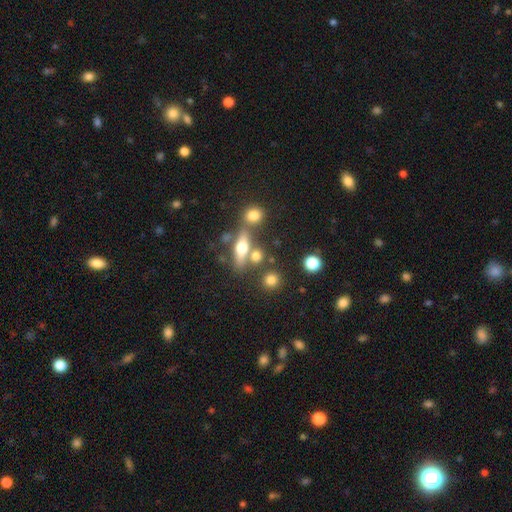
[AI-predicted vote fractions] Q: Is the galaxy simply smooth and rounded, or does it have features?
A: smooth — 56%.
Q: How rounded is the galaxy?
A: in between — 39%.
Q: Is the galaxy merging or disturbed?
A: none — 60%.